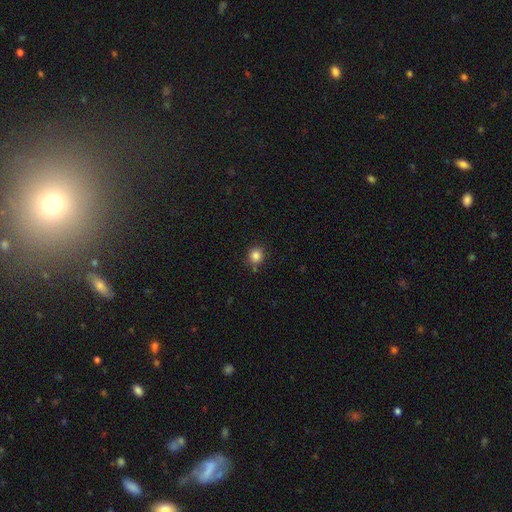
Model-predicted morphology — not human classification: smooth_or_featured: smooth (p=0.84) [alt: star or artifact p=0.11]
how_rounded: round (p=0.90) [alt: in between p=0.09]
merging: none (p=0.83) [alt: minor disturbance p=0.10]